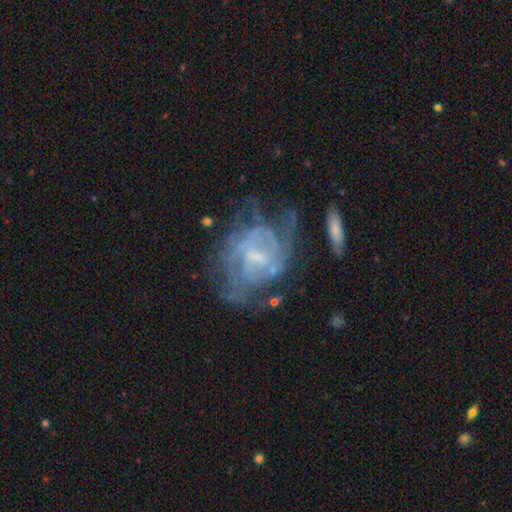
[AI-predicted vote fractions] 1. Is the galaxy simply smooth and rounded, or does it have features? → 79% featured or disk, 12% smooth, 9% star or artifact.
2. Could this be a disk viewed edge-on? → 97% no, 3% yes.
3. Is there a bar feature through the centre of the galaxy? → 51% weak, 37% no, 12% strong.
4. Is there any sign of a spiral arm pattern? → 76% yes, 24% no.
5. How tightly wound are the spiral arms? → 46% tight, 38% medium, 16% loose.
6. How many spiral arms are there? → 52% can't tell, 19% 2, 13% 3, 7% 4, 4% 1, 4% more than 4.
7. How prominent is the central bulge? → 44% small, 28% moderate, 24% none, 3% large, 1% dominant.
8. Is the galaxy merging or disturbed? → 47% none, 25% major disturbance, 22% minor disturbance, 6% merger.